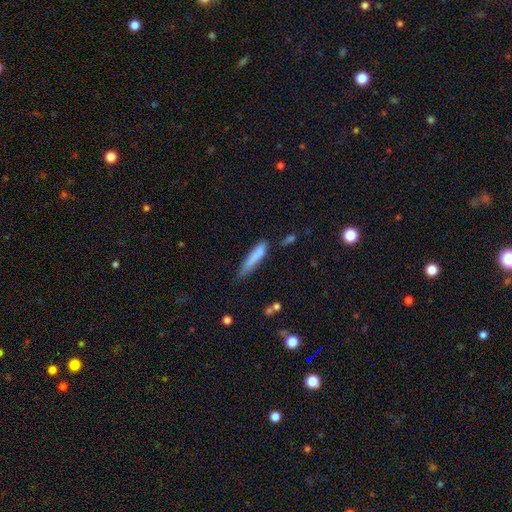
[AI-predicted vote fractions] The model was most divided on "merging": none: 57%, minor disturbance: 31%, major disturbance: 8%, merger: 4%. More confident: how rounded — cigar-shaped (86%); smooth or featured — smooth (80%).